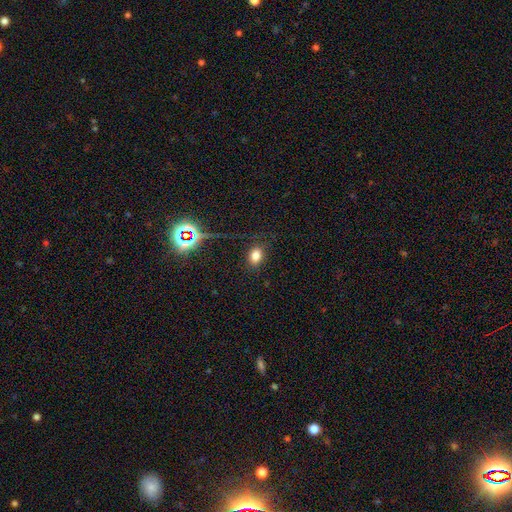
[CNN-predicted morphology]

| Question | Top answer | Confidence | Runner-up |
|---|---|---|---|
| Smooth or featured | smooth | 78% | star or artifact (16%) |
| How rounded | in between | 70% | round (29%) |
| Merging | none | 81% | minor disturbance (12%) |